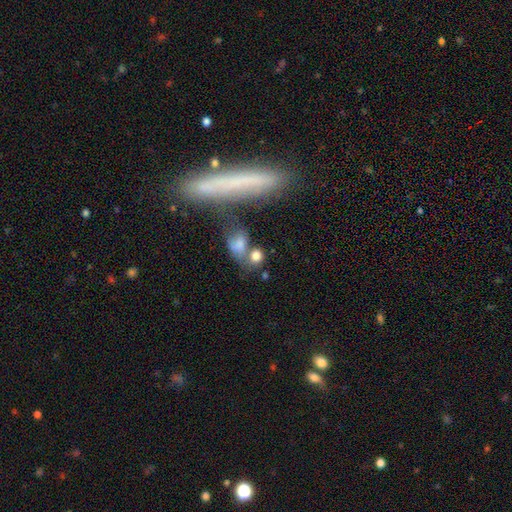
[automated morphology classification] Smooth or featured?
  - smooth: 72% *
  - star or artifact: 15%
  - featured or disk: 12%
How rounded?
  - round: 56% *
  - in between: 41%
  - cigar-shaped: 3%
Merging?
  - none: 44% *
  - merger: 34%
  - minor disturbance: 13%
  - major disturbance: 9%